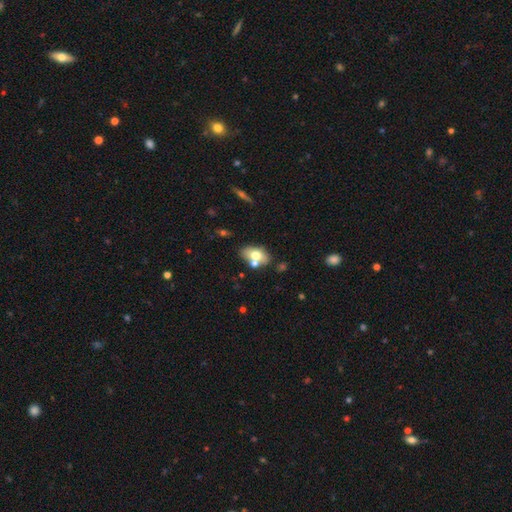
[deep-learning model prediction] Smooth or featured? Predicted: smooth (p=0.66). How rounded? Predicted: in between (p=0.86). Merging? Predicted: none (p=0.57).